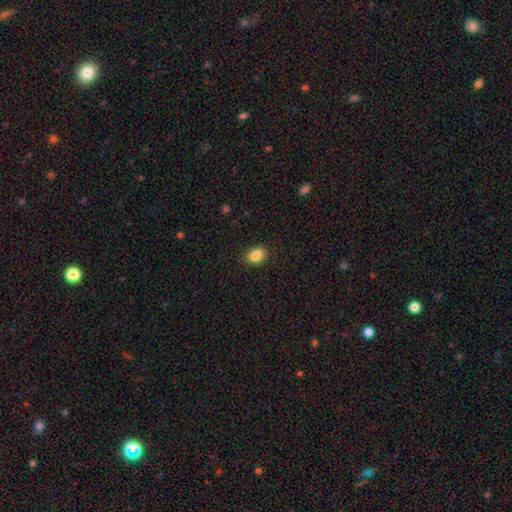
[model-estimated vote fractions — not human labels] smooth 85%, star or artifact 9%, featured or disk 5%. Down the decision tree: how rounded — in between (70%); merging — none (82%).